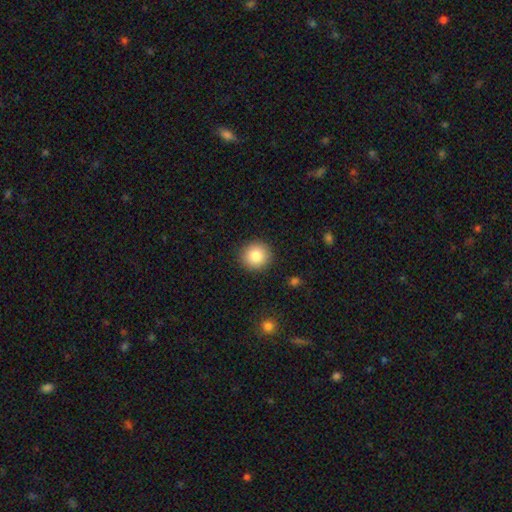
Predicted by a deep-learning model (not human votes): Overall: smooth (84%). How rounded: round (92%). Merging: none (91%).